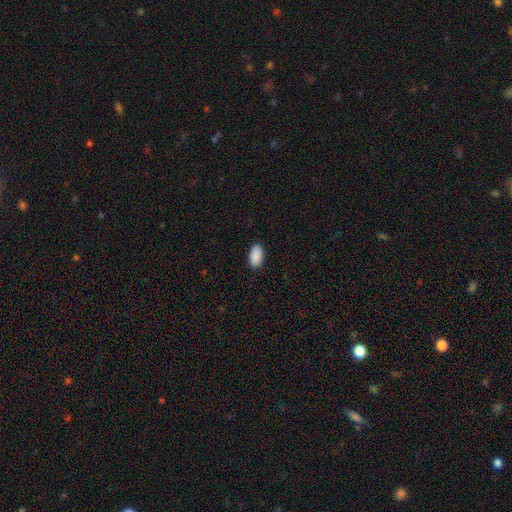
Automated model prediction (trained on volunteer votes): Smooth or featured: smooth — 91% (star or artifact — 7%)
How rounded: in between — 95% (round — 3%)
Merging: none — 89% (minor disturbance — 8%)